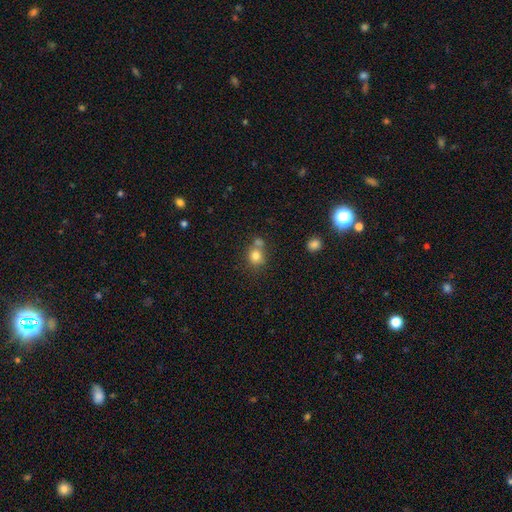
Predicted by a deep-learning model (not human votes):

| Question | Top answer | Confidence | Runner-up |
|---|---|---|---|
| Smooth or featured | smooth | 79% | star or artifact (12%) |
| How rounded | round | 78% | in between (21%) |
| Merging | none | 51% | merger (33%) |